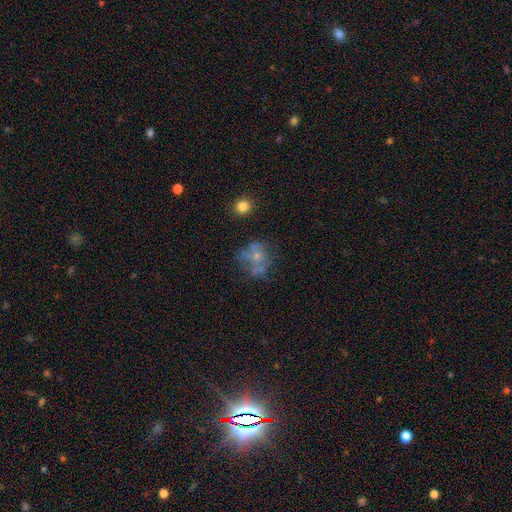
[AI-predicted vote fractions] A smooth galaxy with no disk features (47%). Merging: none (42%).